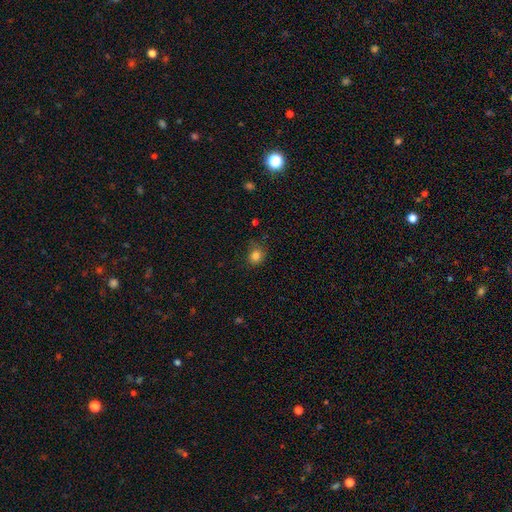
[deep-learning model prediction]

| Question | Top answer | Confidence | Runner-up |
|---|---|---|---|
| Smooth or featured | smooth | 82% | star or artifact (13%) |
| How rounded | round | 76% | in between (23%) |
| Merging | none | 75% | minor disturbance (18%) |